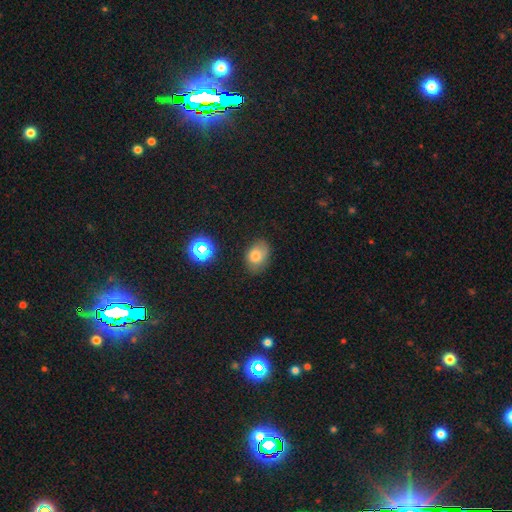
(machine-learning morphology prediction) Smooth or featured? smooth (76%)
How rounded? in between (69%)
Merging? none (72%)